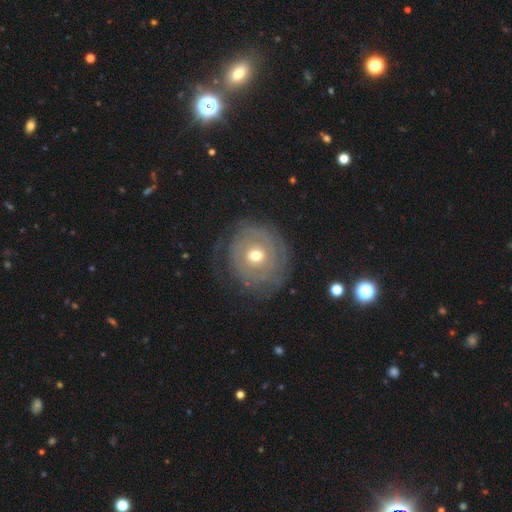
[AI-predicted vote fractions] Smooth or featured? Predicted: featured or disk (p=0.65). Edge-on disk? Predicted: no (p=0.96). Bar? Predicted: no (p=0.80). Spiral arms? Predicted: yes (p=0.68). Bulge size? Predicted: moderate (p=0.67). Merging? Predicted: none (p=0.72).